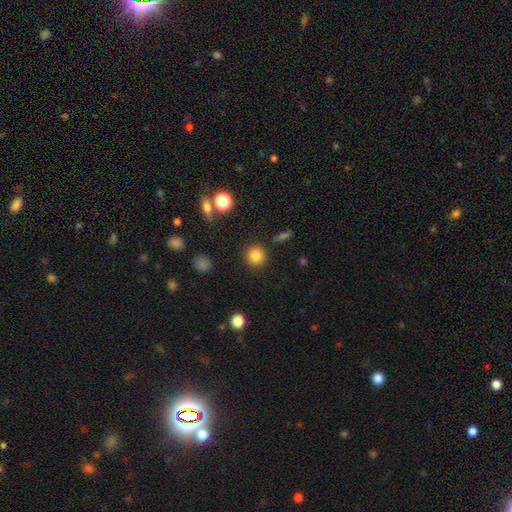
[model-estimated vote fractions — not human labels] Smooth or featured? Predicted: smooth (p=0.83). How rounded? Predicted: round (p=0.92). Merging? Predicted: none (p=0.89).